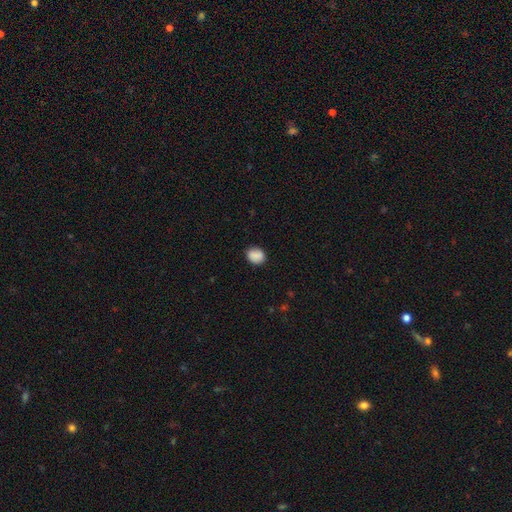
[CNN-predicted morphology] smooth_or_featured: smooth (p=0.87) [alt: star or artifact p=0.08]
how_rounded: round (p=0.62) [alt: in between p=0.37]
merging: none (p=0.84) [alt: minor disturbance p=0.12]